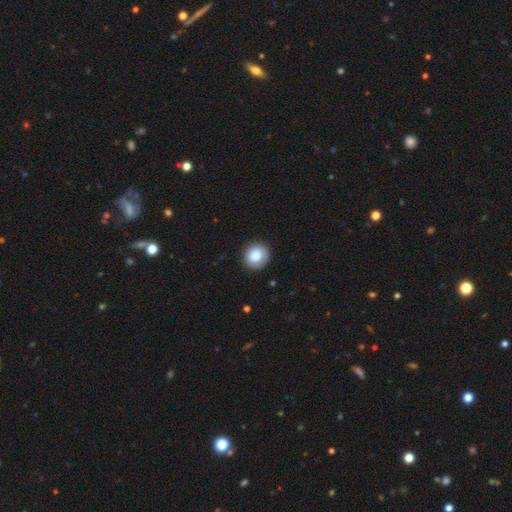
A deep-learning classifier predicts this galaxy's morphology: A smooth galaxy with no disk features (83%) that is round (83%).

Vote fractions:
- Smooth or featured? smooth: 83% / featured or disk: 9% / star or artifact: 8%
- How rounded? round: 83% / in between: 17% / cigar-shaped: 1%
- Merging? none: 85% / minor disturbance: 11% / major disturbance: 3% / merger: 1%